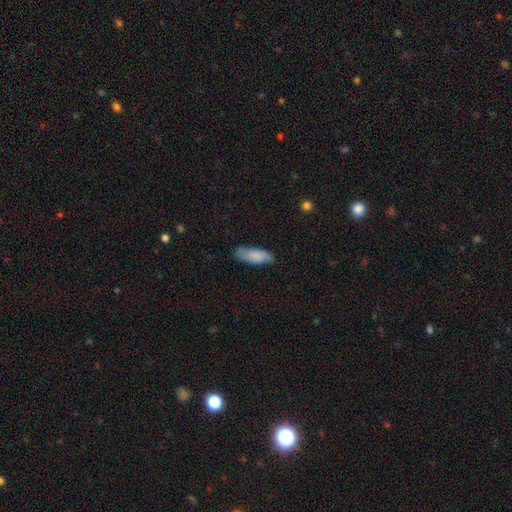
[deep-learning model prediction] smooth_or_featured: smooth (p=0.78) [alt: featured or disk p=0.16]
how_rounded: in between (p=0.72) [alt: cigar-shaped p=0.26]
merging: none (p=0.73) [alt: minor disturbance p=0.22]